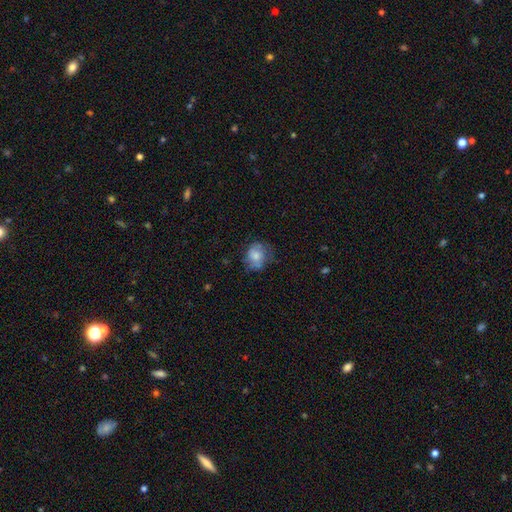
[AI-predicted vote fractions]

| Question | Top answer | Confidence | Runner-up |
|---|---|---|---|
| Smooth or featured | smooth | 68% | featured or disk (24%) |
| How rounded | round | 65% | in between (34%) |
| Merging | none | 57% | minor disturbance (28%) |